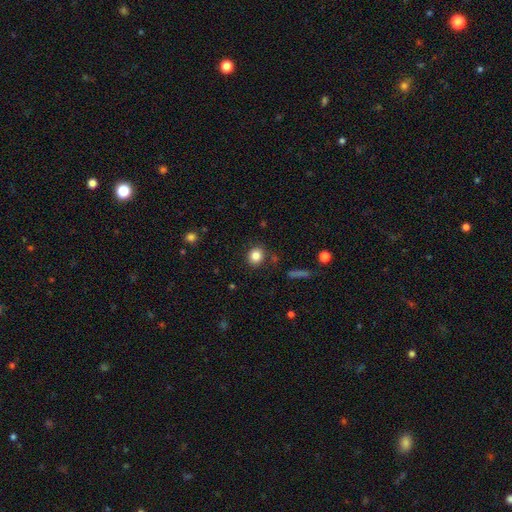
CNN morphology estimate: Smooth or featured?
  - smooth: 83% *
  - star or artifact: 10%
  - featured or disk: 7%
How rounded?
  - round: 77% *
  - in between: 22%
  - cigar-shaped: 1%
Merging?
  - none: 86% *
  - minor disturbance: 9%
  - merger: 3%
  - major disturbance: 3%